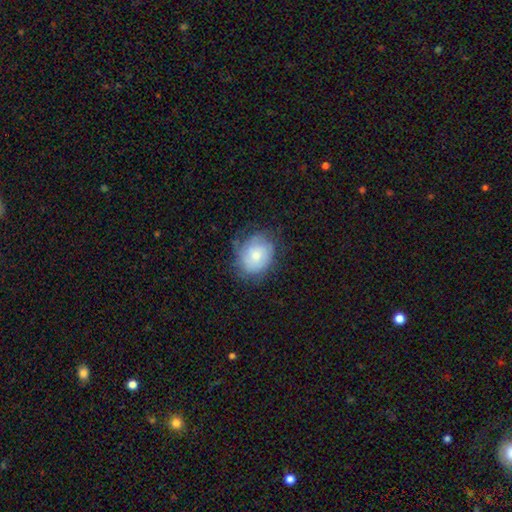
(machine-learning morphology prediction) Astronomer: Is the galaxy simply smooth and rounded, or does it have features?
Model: smooth — 57% (runner-up: featured or disk, 35%).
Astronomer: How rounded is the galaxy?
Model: round — 56% (runner-up: in between, 43%).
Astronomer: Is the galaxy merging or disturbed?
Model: none — 62%.